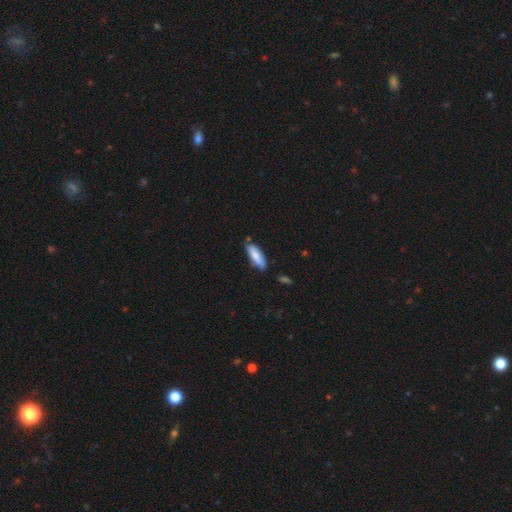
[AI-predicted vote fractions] Q: Smooth or featured?
A: smooth (78%); runner-up: featured or disk (17%)
Q: How rounded?
A: in between (59%); runner-up: cigar-shaped (40%)
Q: Merging?
A: none (76%); runner-up: minor disturbance (19%)